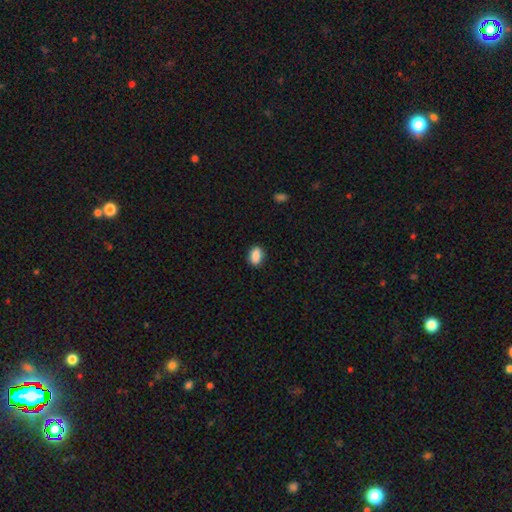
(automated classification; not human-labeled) smooth 88%, star or artifact 8%, featured or disk 4%. Down the decision tree: how rounded — in between (82%); merging — none (87%).